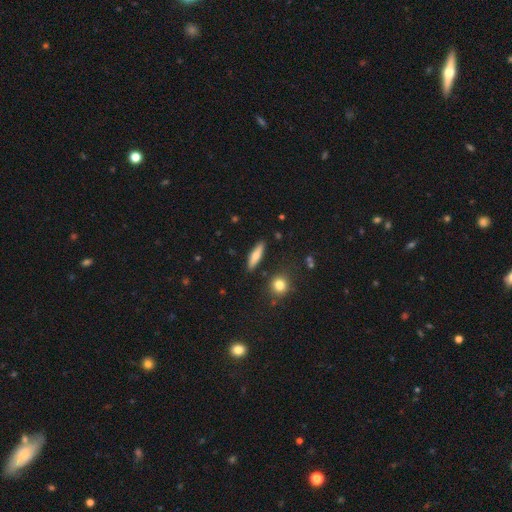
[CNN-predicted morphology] Smooth or featured?
  - smooth: 71% *
  - featured or disk: 21%
  - star or artifact: 7%
How rounded?
  - cigar-shaped: 68% *
  - in between: 29%
  - round: 3%
Merging?
  - none: 87% *
  - minor disturbance: 9%
  - merger: 2%
  - major disturbance: 2%